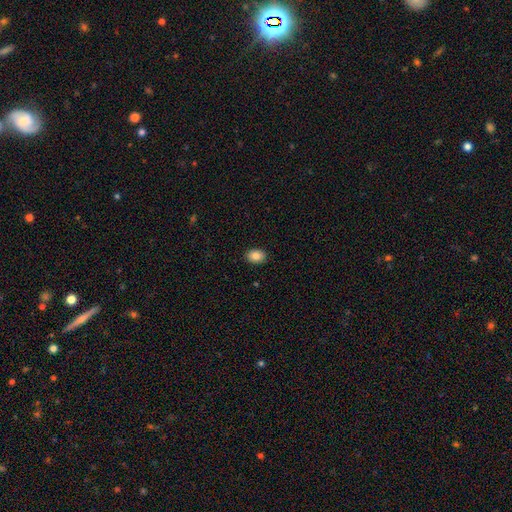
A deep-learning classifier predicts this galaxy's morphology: type=smooth (85%); roundness=in between (78%); merging=none (90%).